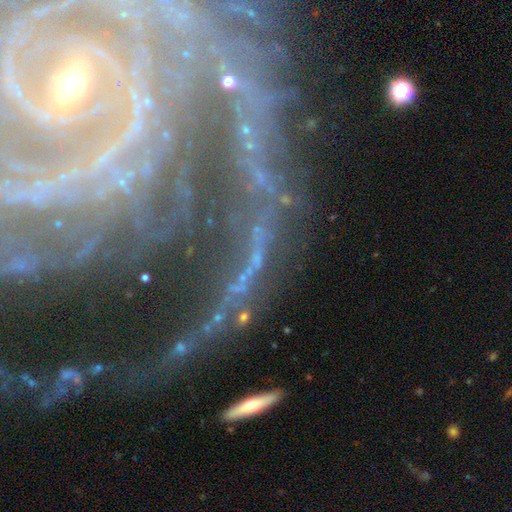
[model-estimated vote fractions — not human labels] smooth-or-featured: featured or disk: 71% | star or artifact: 18% | smooth: 11%
  disk-edge-on: no: 87% | yes: 13%
    bar: no: 37% | strong: 36% | weak: 28%
    has-spiral-arms: yes: 88% | no: 12%
      spiral-winding: tight: 51% | medium: 29% | loose: 19%
      spiral-arm-count: can't tell: 24% | 2: 23% | 3: 16% | 4: 13% | more than 4: 12% | 1: 12%
    bulge-size: small: 53% | moderate: 28% | none: 9% | large: 6% | dominant: 4%
  merging: none: 60% | major disturbance: 18% | minor disturbance: 15% | merger: 6%